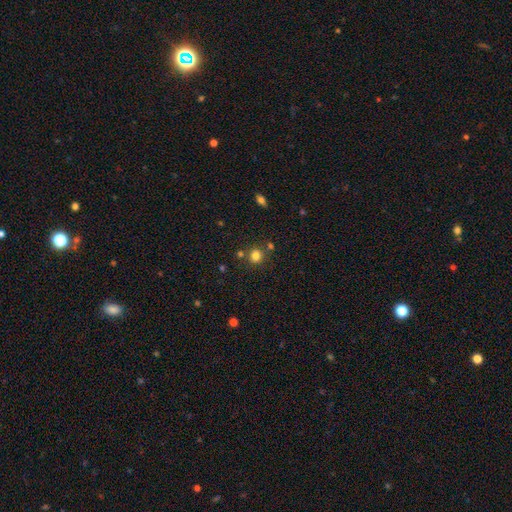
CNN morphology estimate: Smooth or featured: smooth — 80% (star or artifact — 14%)
How rounded: round — 87% (in between — 12%)
Merging: none — 76% (merger — 11%)